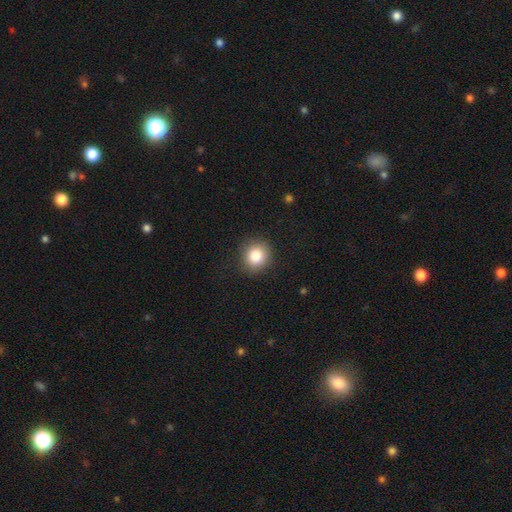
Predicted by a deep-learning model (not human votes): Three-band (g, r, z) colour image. It shows a smooth galaxy with no disk features (84%) that is round (87%). Merging: none (89%).